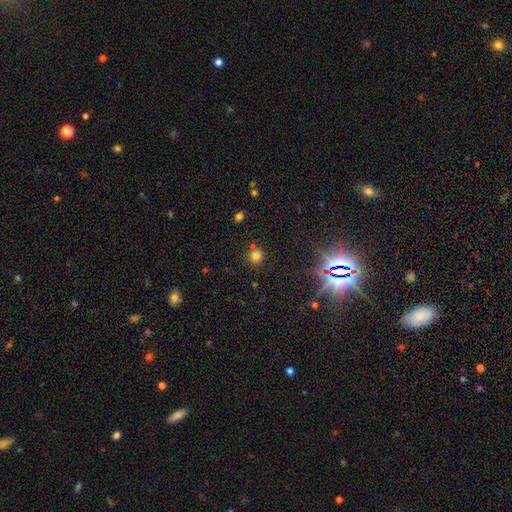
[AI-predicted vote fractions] The model was most divided on "smooth or featured": smooth: 74%, star or artifact: 19%, featured or disk: 6%. More confident: how rounded — round (91%); merging — none (75%).